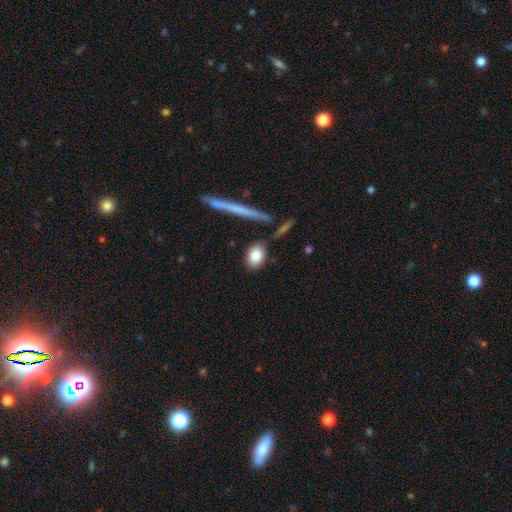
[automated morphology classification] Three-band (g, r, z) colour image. It shows a smooth galaxy with no disk features (82%) that is in between round and cigar-shaped (68%). Merging: none (80%).